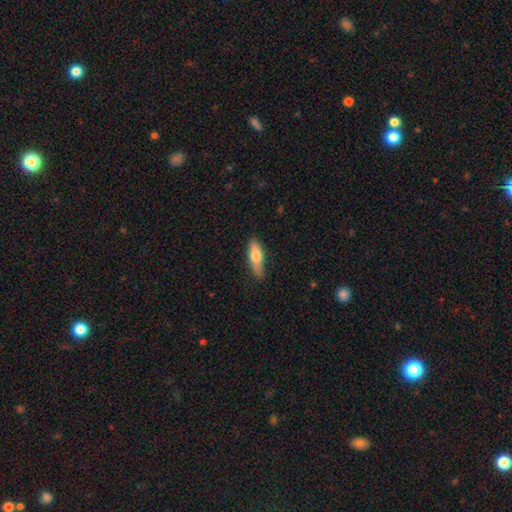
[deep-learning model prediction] A smooth galaxy with no disk features (70%) that is in between round and cigar-shaped (56%).

Vote fractions:
- Smooth or featured? smooth: 70% / featured or disk: 24% / star or artifact: 6%
- How rounded? in between: 56% / cigar-shaped: 42% / round: 3%
- Merging? none: 79% / minor disturbance: 17% / major disturbance: 3% / merger: 1%